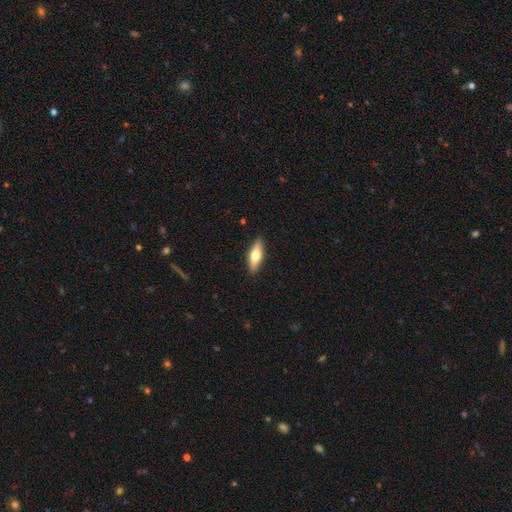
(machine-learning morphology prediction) The model was most divided on "how rounded": in between: 53%, cigar-shaped: 45%, round: 3%. More confident: merging — none (89%); smooth or featured — smooth (55%).